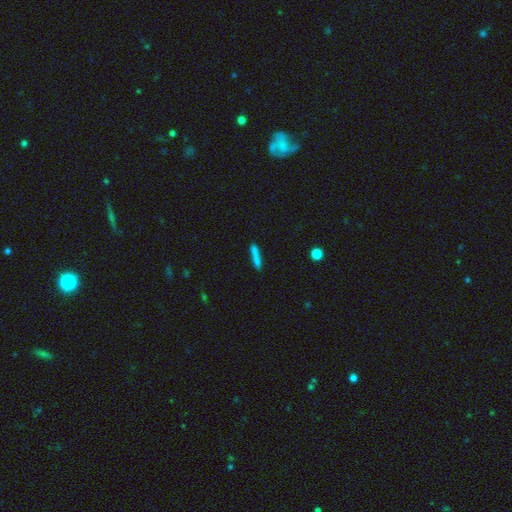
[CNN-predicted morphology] A smooth galaxy with no disk features (76%) that is cigar-shaped (90%). Merging: none (75%).